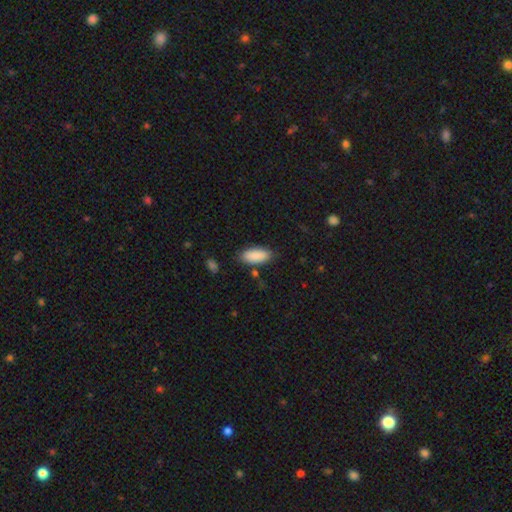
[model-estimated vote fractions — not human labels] Overall: smooth (90%). How rounded: in between (84%). Merging: none (82%).